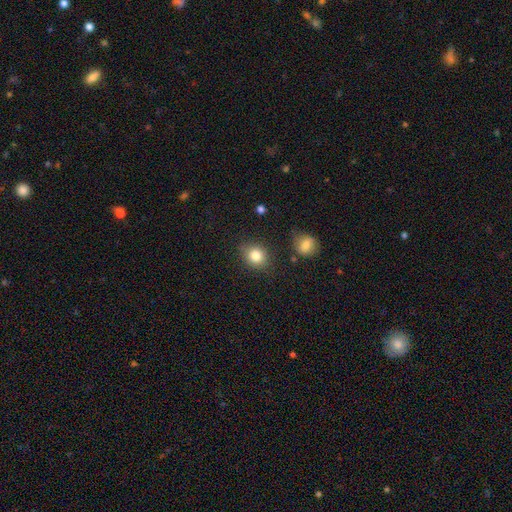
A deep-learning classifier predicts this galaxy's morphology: Smooth or featured? Predicted: smooth (p=0.83). How rounded? Predicted: round (p=0.70). Merging? Predicted: none (p=0.81).